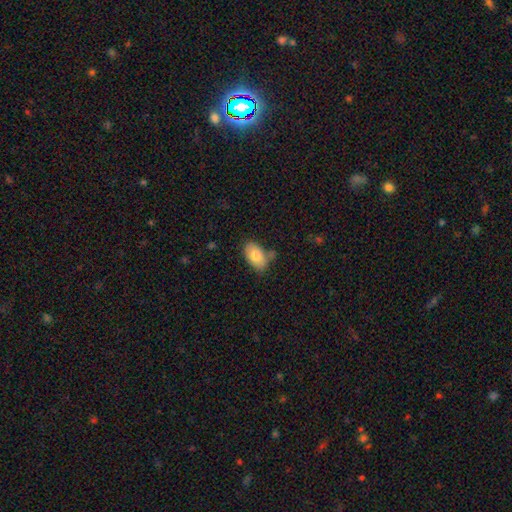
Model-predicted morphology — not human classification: Q: Smooth or featured?
A: smooth (80%); runner-up: featured or disk (13%)
Q: How rounded?
A: in between (92%); runner-up: round (6%)
Q: Merging?
A: none (70%); runner-up: minor disturbance (19%)